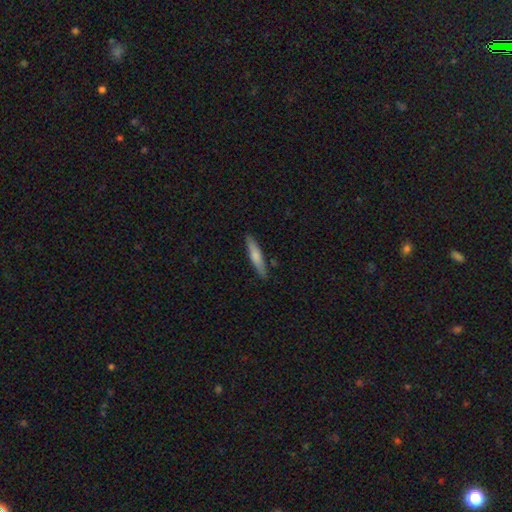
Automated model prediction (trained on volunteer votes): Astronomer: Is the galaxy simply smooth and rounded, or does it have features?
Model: smooth — 69%.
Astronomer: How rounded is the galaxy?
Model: cigar-shaped — 87%.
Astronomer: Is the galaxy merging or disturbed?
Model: none — 87%.